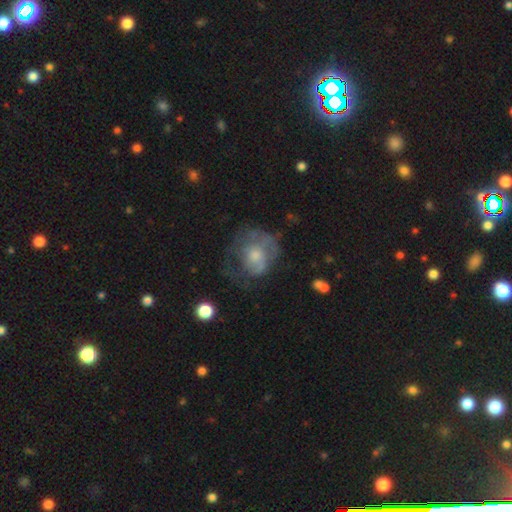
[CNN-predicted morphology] Smooth or featured: featured or disk — 49% (smooth — 40%)
Merging: none — 44% (major disturbance — 29%)